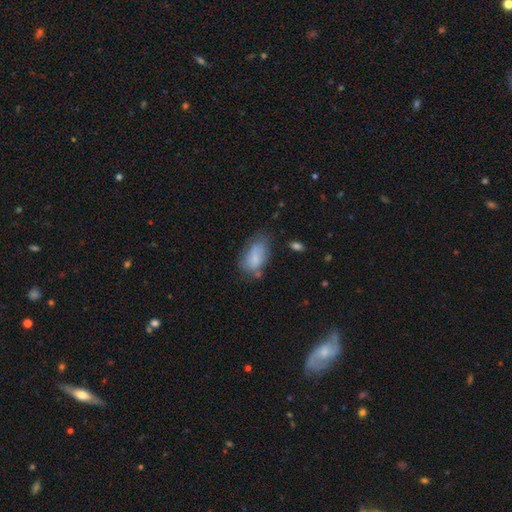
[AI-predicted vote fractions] Overall: smooth (74%). How rounded: in between (91%). Merging: none (45%; minor disturbance 32%).